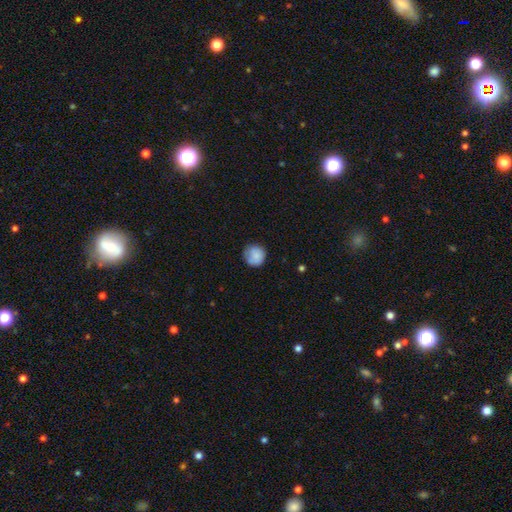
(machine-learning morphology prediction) This is clearly a smooth galaxy (83%). How rounded: clearly round (91%). Merging: likely none (74%).